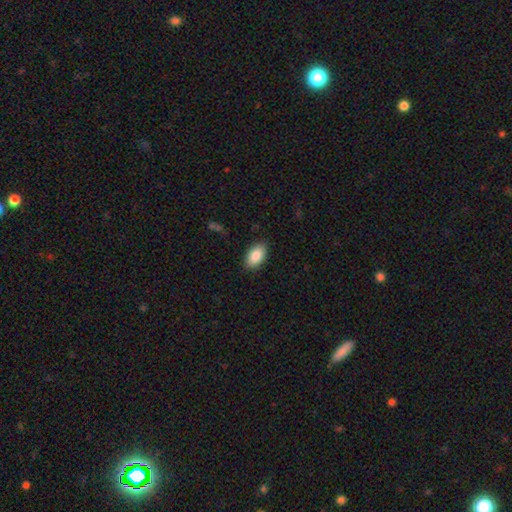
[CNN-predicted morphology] This appears to be a smooth galaxy with no disk features (86%) that is in between round and cigar-shaped (94%). Merging: none (87%).